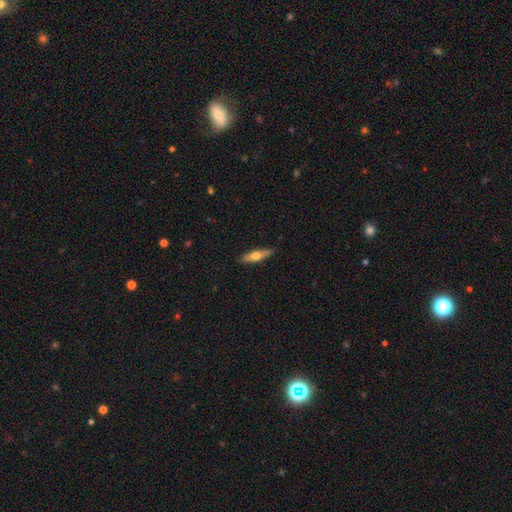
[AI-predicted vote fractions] Morphology: type=smooth (49%); merging=none (88%).